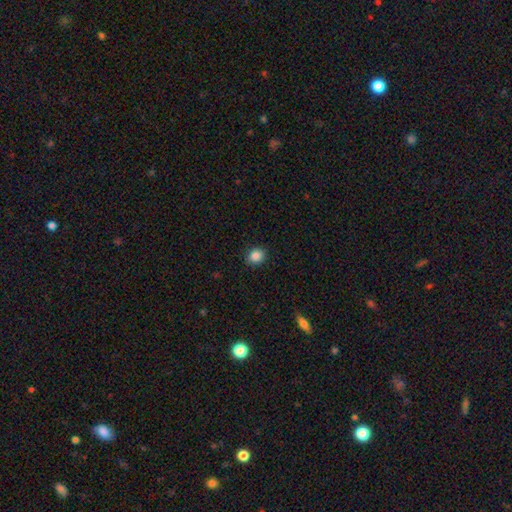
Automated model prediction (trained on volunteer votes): smooth_or_featured: smooth (p=0.87) [alt: star or artifact p=0.10]
how_rounded: round (p=0.69) [alt: in between p=0.30]
merging: none (p=0.89) [alt: minor disturbance p=0.08]